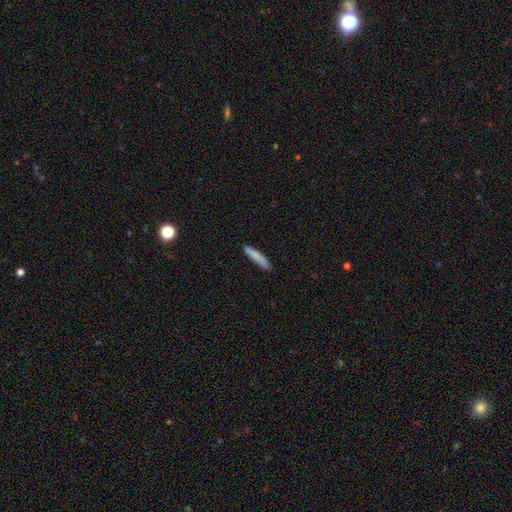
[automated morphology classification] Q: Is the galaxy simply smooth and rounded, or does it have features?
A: smooth — 82%.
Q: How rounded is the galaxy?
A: cigar-shaped — 89%.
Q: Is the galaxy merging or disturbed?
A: none — 78%.